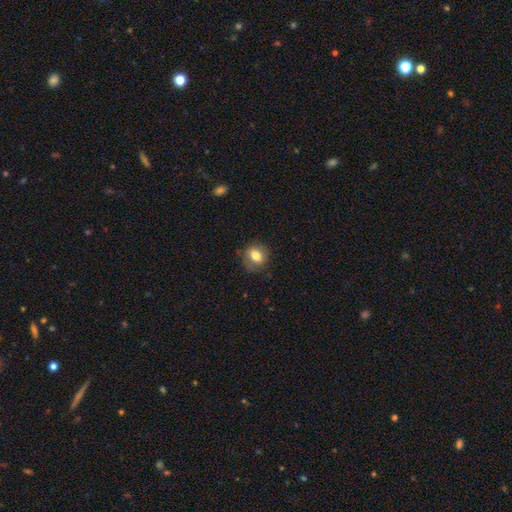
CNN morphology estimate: Overall: smooth (78%). How rounded: in between (51%; round 47%). Merging: none (77%).